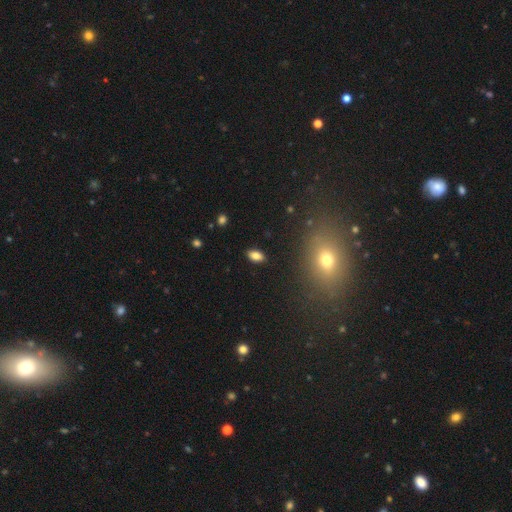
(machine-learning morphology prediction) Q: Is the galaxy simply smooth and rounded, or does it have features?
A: smooth — 82%.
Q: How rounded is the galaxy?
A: in between — 90%.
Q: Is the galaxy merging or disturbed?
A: none — 88%.